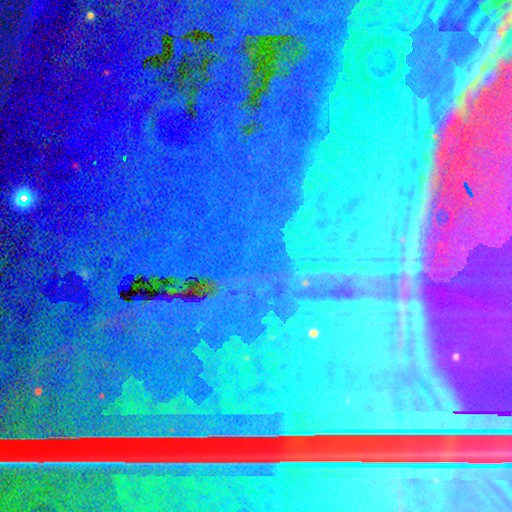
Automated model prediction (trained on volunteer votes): Overall: star or artifact (86%).